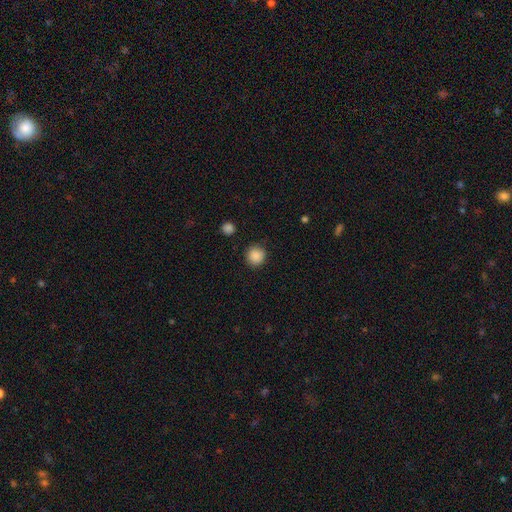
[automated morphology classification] Smooth or featured? smooth (88%)
How rounded? round (94%)
Merging? none (89%)